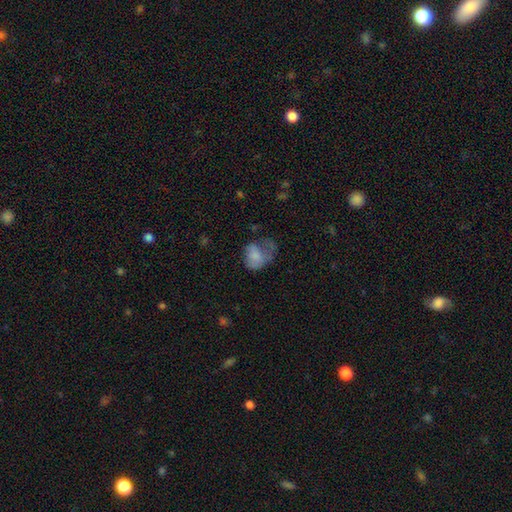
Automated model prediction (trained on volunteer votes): Smooth or featured?
  - smooth: 64% *
  - featured or disk: 26%
  - star or artifact: 10%
How rounded?
  - in between: 64% *
  - round: 35%
  - cigar-shaped: 1%
Merging?
  - major disturbance: 50% *
  - minor disturbance: 25%
  - none: 21%
  - merger: 3%